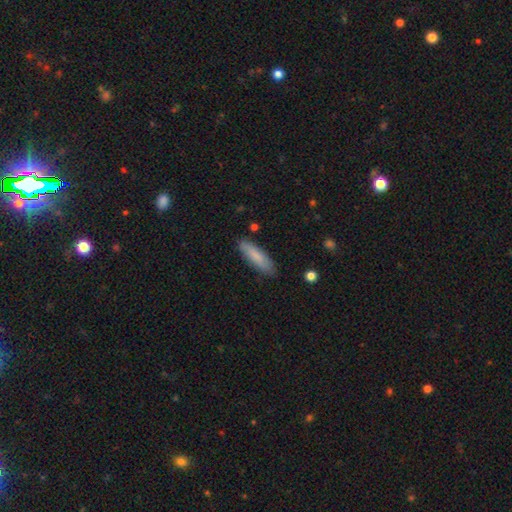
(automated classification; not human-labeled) Morphology: type=smooth (82%); roundness=cigar-shaped (63%); merging=none (85%).